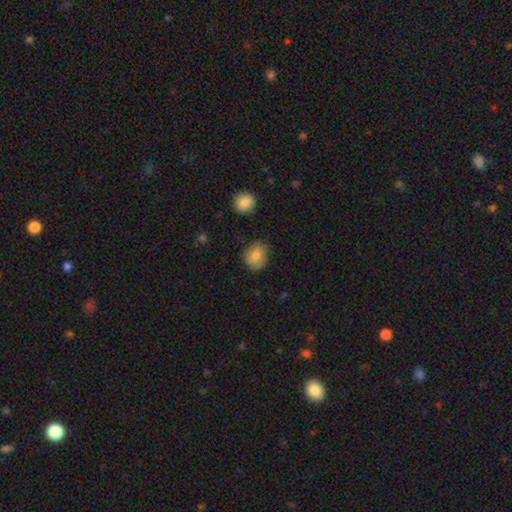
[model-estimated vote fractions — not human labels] Smooth or featured: smooth — 82% (featured or disk — 9%)
How rounded: round — 74% (in between — 25%)
Merging: none — 80% (minor disturbance — 15%)